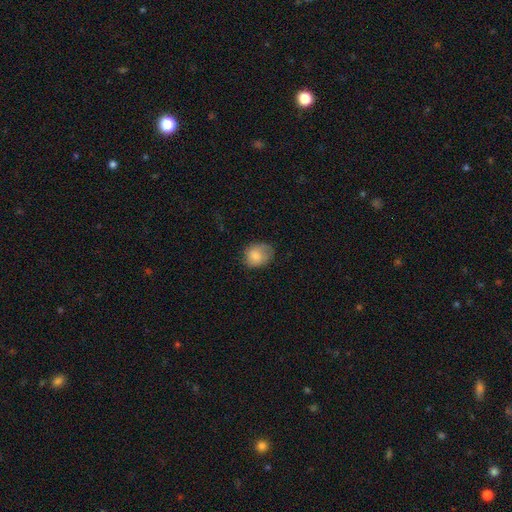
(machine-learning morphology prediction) smooth 80%, featured or disk 12%, star or artifact 8%. Down the decision tree: how rounded — round (51%); merging — none (60%).